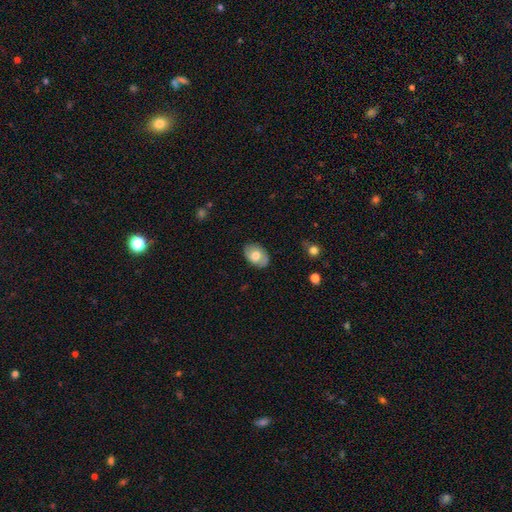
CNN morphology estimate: type=smooth (64%); roundness=in between (83%); merging=none (81%).